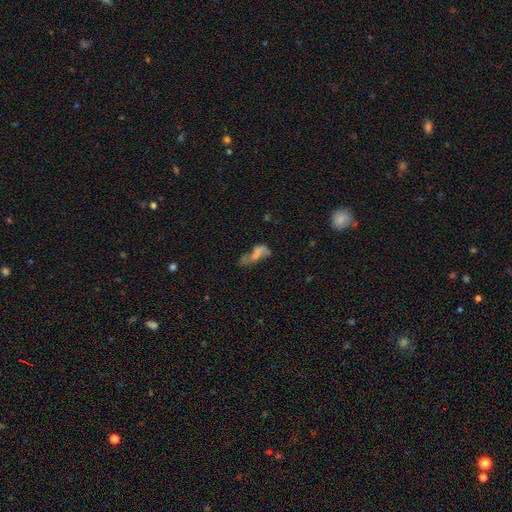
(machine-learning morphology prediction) smooth_or_featured: featured or disk (p=0.48) [alt: smooth p=0.33]
merging: none (p=0.41) [alt: major disturbance p=0.24]